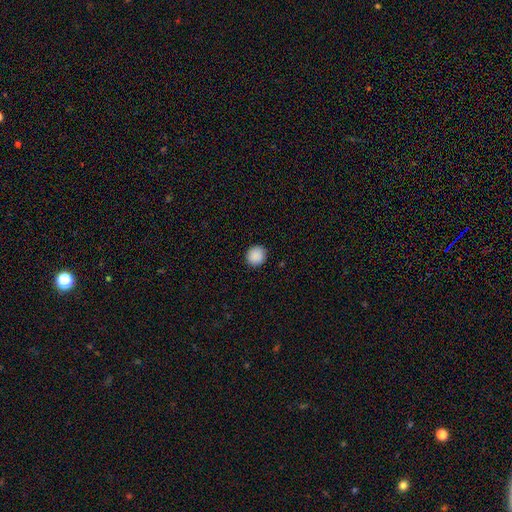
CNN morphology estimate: smooth 89%, star or artifact 8%, featured or disk 2%. Down the decision tree: how rounded — round (89%); merging — none (90%).